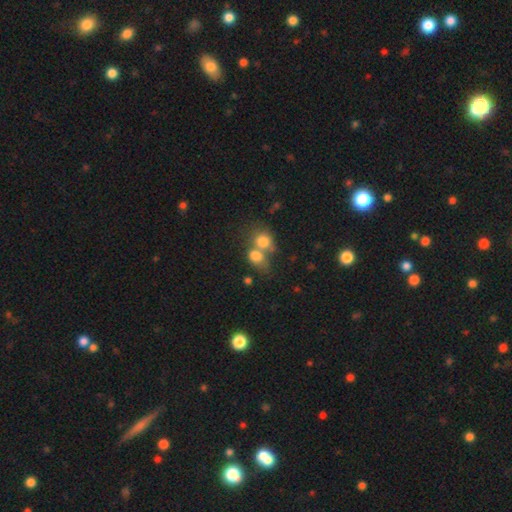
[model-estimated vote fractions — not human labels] smooth_or_featured: smooth (p=0.77) [alt: featured or disk p=0.13]
how_rounded: round (p=0.51) [alt: in between p=0.48]
merging: merger (p=0.63) [alt: none p=0.24]